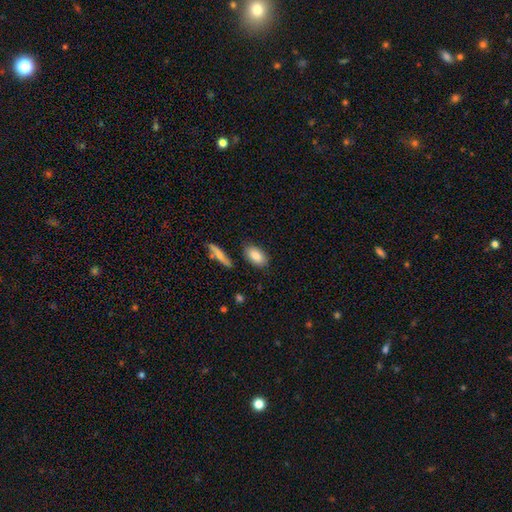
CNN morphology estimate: This is clearly a smooth galaxy (83%). How rounded: clearly in between (90%). Merging: clearly none (81%).